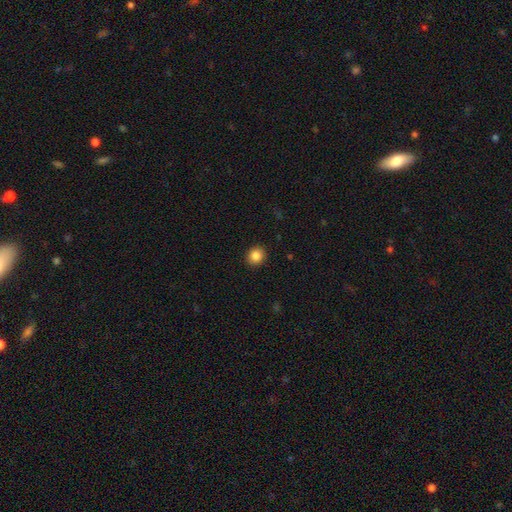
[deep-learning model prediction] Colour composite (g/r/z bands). It shows a smooth galaxy with no disk features (86%) that is round (85%). Merging: none (92%).